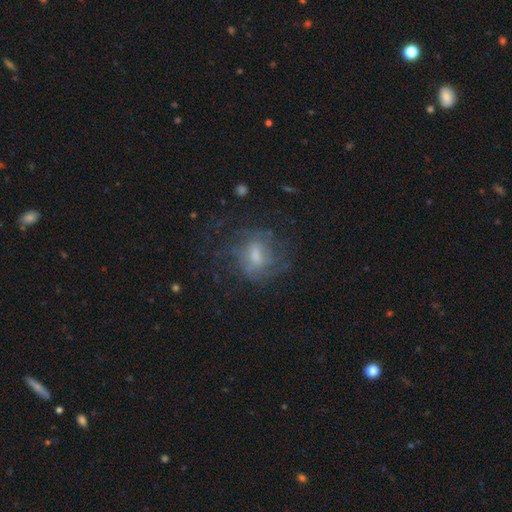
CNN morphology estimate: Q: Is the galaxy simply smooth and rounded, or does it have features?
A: featured or disk — 55%.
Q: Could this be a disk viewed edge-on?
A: no — 95%.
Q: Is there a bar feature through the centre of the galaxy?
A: weak — 50%.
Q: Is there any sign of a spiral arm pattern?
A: yes — 62%.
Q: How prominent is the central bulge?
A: moderate — 46%.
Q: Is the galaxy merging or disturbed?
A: none — 56%.